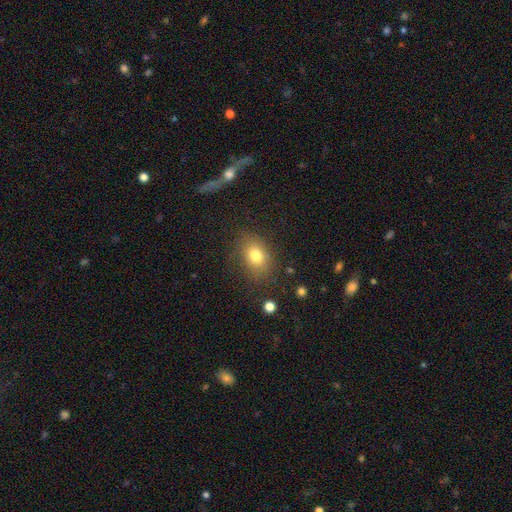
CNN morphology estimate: Overall: smooth (78%). How rounded: in between (70%). Merging: none (76%).